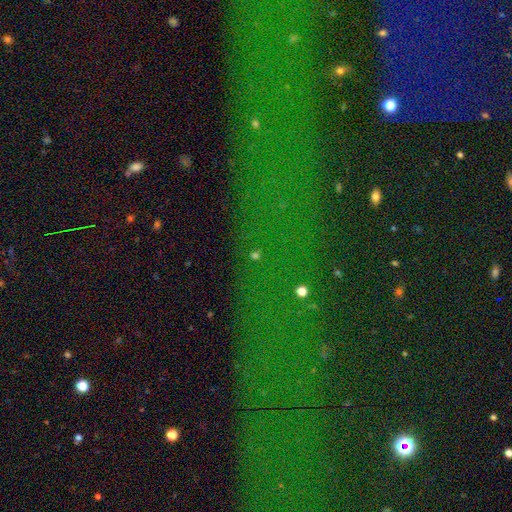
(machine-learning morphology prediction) This is likely a star or artifact rather than a galaxy (71%).